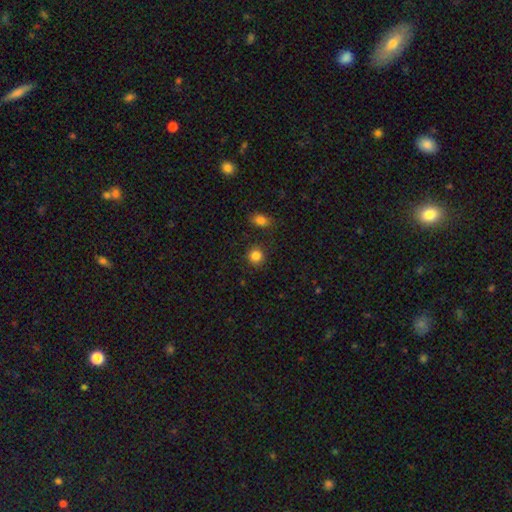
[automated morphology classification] A smooth galaxy with no disk features (85%) that is round (88%).

Vote fractions:
- Smooth or featured? smooth: 85% / star or artifact: 11% / featured or disk: 4%
- How rounded? round: 88% / in between: 11% / cigar-shaped: 1%
- Merging? none: 87% / minor disturbance: 8% / merger: 3% / major disturbance: 2%